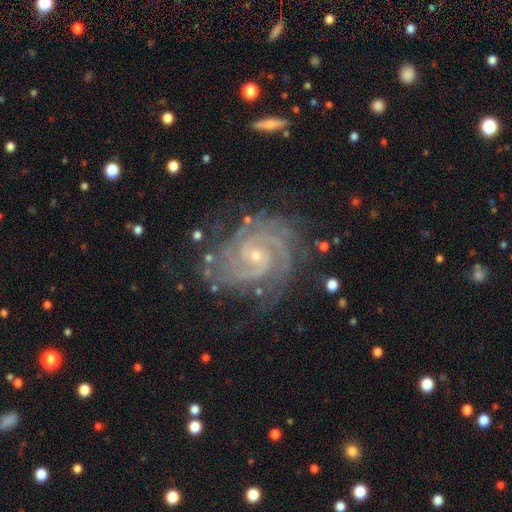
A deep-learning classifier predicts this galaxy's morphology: The model was most divided on "bar": no: 59%, weak: 31%, strong: 10%. More confident: spiral arms — yes (99%); edge-on disk — no (98%); smooth or featured — featured or disk (93%); bulge size — small (81%); merging — none (73%); spiral winding — tight (72%); spiral arm count — 2 (54%).